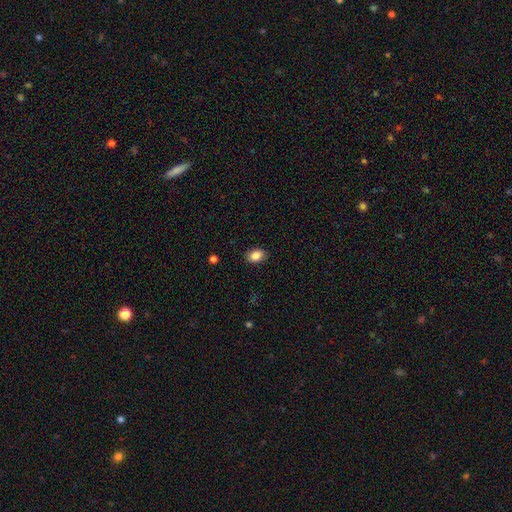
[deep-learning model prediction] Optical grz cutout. It shows a smooth galaxy with no disk features (88%) that is in between round and cigar-shaped (81%). Merging: none (88%).